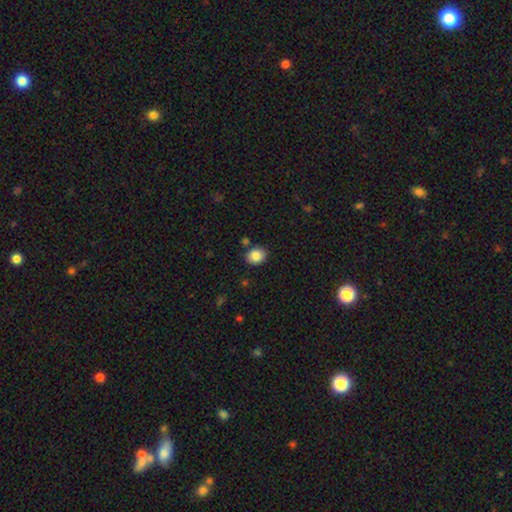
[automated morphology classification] Smooth or featured? Predicted: smooth (p=0.86). How rounded? Predicted: round (p=0.60). Merging? Predicted: none (p=0.83).